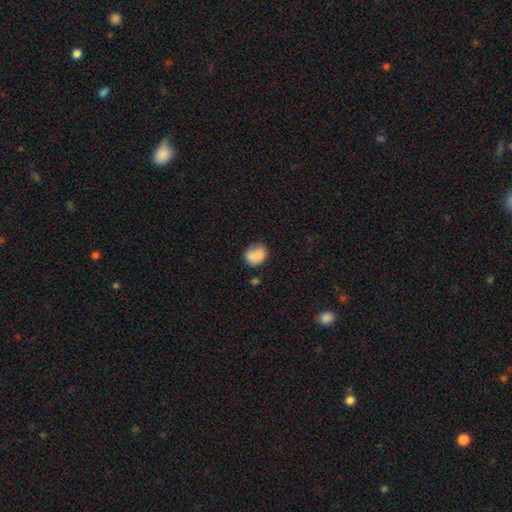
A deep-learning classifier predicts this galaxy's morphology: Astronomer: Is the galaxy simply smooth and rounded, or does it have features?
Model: smooth — 82%.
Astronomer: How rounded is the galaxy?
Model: in between — 50% (runner-up: round, 48%).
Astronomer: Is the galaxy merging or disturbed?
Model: none — 56%.